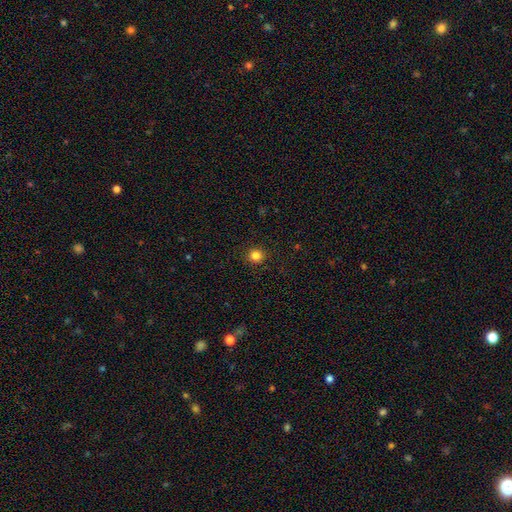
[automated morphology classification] Overall: smooth (83%). How rounded: round (91%). Merging: none (92%).